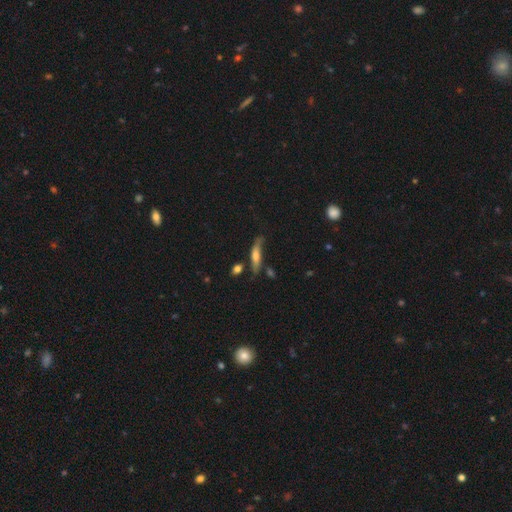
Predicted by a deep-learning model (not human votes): This is possibly a smooth galaxy (49%). Merging: possibly none (57%).